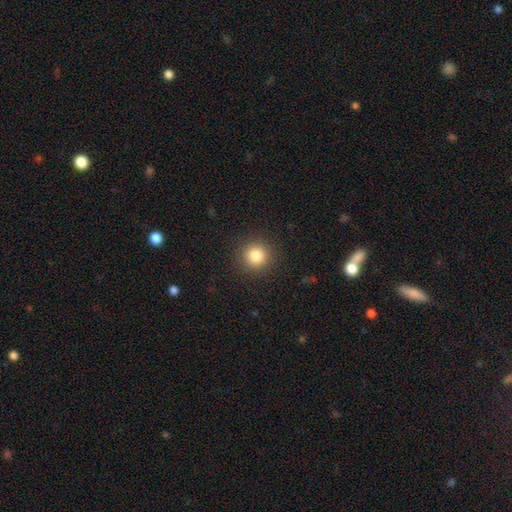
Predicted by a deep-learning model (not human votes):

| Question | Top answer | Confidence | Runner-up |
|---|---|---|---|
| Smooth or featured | smooth | 84% | star or artifact (11%) |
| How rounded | round | 95% | in between (4%) |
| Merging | none | 91% | minor disturbance (6%) |